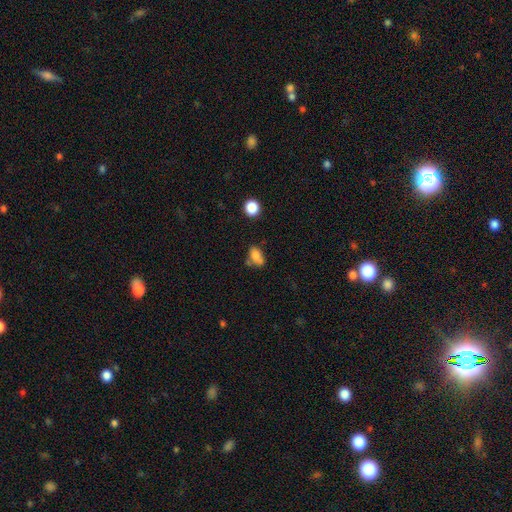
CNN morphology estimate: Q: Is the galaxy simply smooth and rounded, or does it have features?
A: smooth — 76%.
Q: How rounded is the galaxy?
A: in between — 81%.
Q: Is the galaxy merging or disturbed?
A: none — 48%.